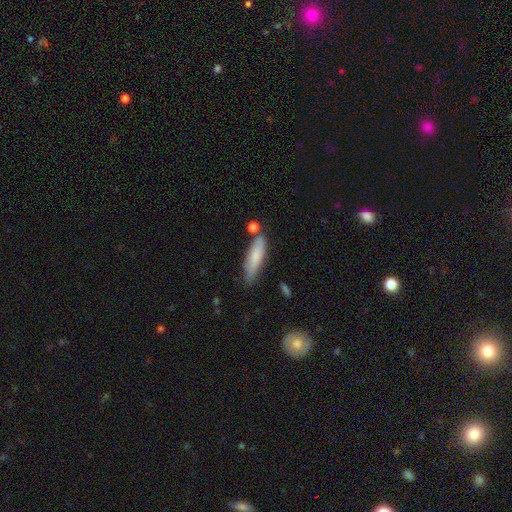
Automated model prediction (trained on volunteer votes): A smooth galaxy with no disk features (77%) that is cigar-shaped (66%).

Vote fractions:
- Smooth or featured? smooth: 77% / featured or disk: 17% / star or artifact: 6%
- How rounded? cigar-shaped: 66% / in between: 33% / round: 2%
- Merging? none: 69% / minor disturbance: 20% / merger: 7% / major disturbance: 4%